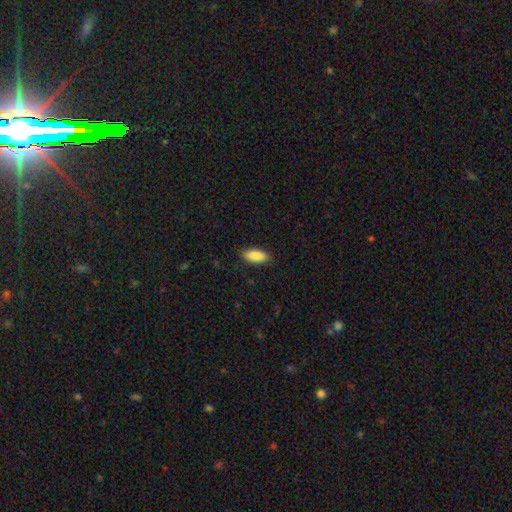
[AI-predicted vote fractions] smooth-or-featured: smooth: 89% | star or artifact: 6% | featured or disk: 5%
  how-rounded: in between: 81% | cigar-shaped: 17% | round: 2%
  merging: none: 88% | minor disturbance: 9% | major disturbance: 2% | merger: 1%